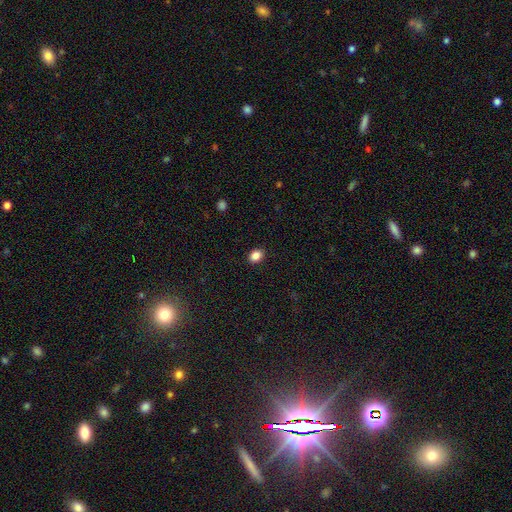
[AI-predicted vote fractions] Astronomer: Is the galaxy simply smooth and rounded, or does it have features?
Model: smooth — 86%.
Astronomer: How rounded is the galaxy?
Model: in between — 59% (runner-up: round, 40%).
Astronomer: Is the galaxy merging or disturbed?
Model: none — 89%.